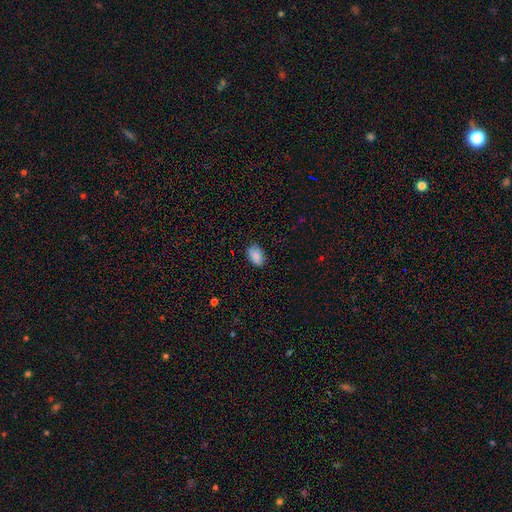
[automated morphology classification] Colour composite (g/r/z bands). It shows a smooth galaxy with no disk features (87%) that is in between round and cigar-shaped (90%). Merging: none (81%).